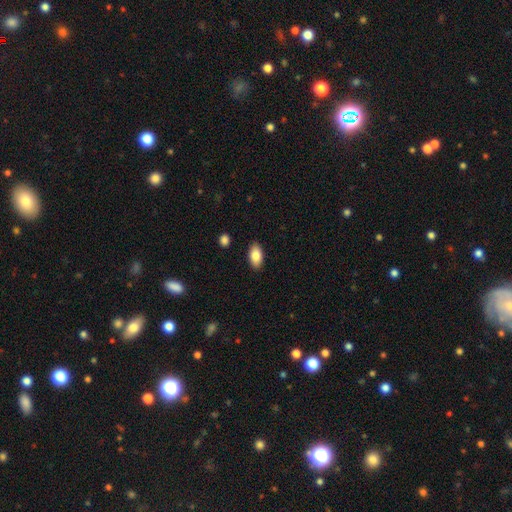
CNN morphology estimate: The model was most divided on "smooth or featured": smooth: 85%, featured or disk: 8%, star or artifact: 7%. More confident: how rounded — in between (93%); merging — none (89%).